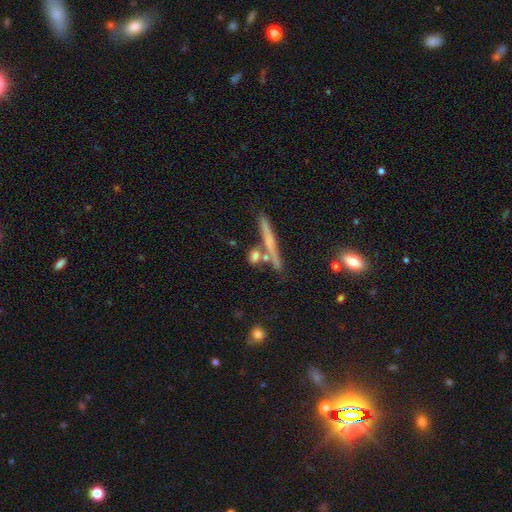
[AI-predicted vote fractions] This appears to be a smooth galaxy with no disk features (65%) that is cigar-shaped (44%). Merging: none (61%).